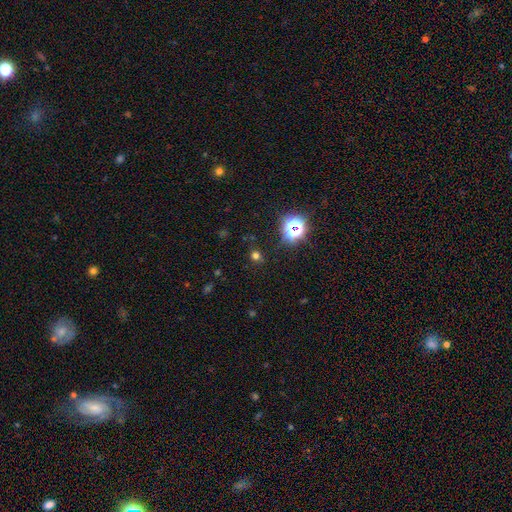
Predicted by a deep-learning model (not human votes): Smooth or featured? Predicted: smooth (p=0.59). How rounded? Predicted: round (p=0.86). Merging? Predicted: none (p=0.84).